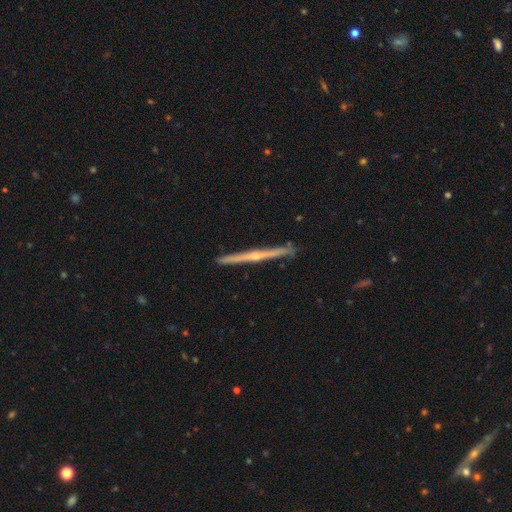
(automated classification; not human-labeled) smooth_or_featured: featured or disk (p=0.77) [alt: smooth p=0.16]
disk_edge_on: yes (p=0.98) [alt: no p=0.02]
edge_on_bulge: rounded (p=0.69) [alt: none p=0.25]
merging: none (p=0.88) [alt: minor disturbance p=0.08]